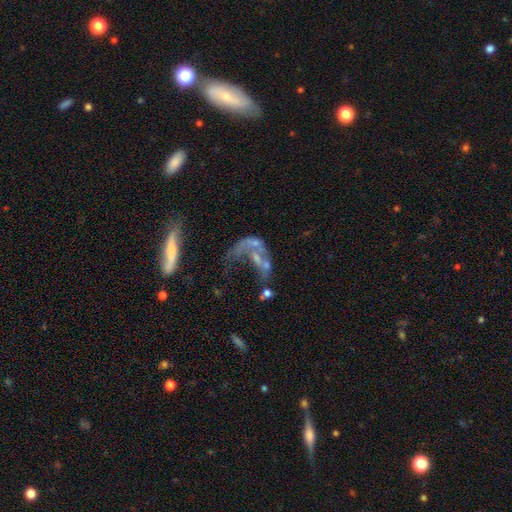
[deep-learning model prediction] Q: Smooth or featured?
A: featured or disk (59%); runner-up: smooth (26%)
Q: Edge-on disk?
A: no (91%); runner-up: yes (9%)
Q: Bar?
A: no (83%); runner-up: weak (12%)
Q: Spiral arms?
A: no (79%); runner-up: yes (21%)
Q: Bulge size?
A: none (58%); runner-up: small (25%)
Q: Merging?
A: merger (39%); runner-up: major disturbance (34%)